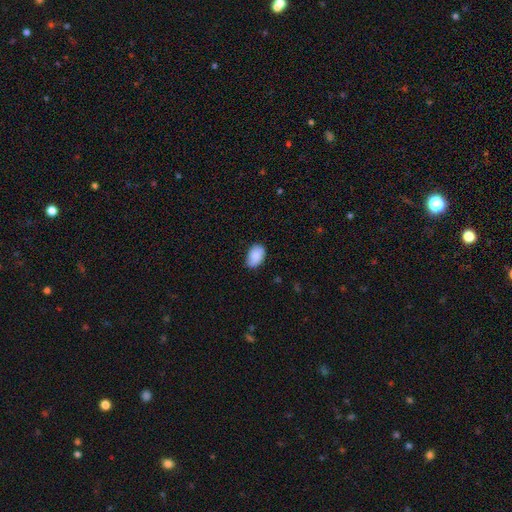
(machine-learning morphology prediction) smooth 86%, featured or disk 7%, star or artifact 7%. Down the decision tree: how rounded — in between (89%); merging — none (73%).